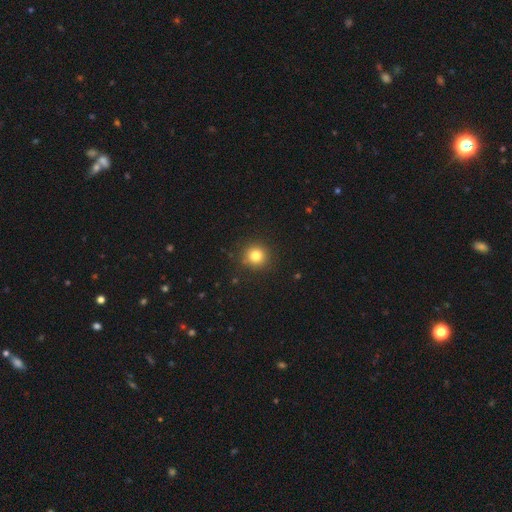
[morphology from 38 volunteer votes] Smooth or featured?
  - smooth: 84% *
  - featured or disk: 8%
  - star or artifact: 8%
How rounded?
  - round: 84% *
  - in between: 16%
  - cigar-shaped: 0%
Merging?
  - none: 89% *
  - minor disturbance: 9%
  - major disturbance: 3%
  - merger: 0%